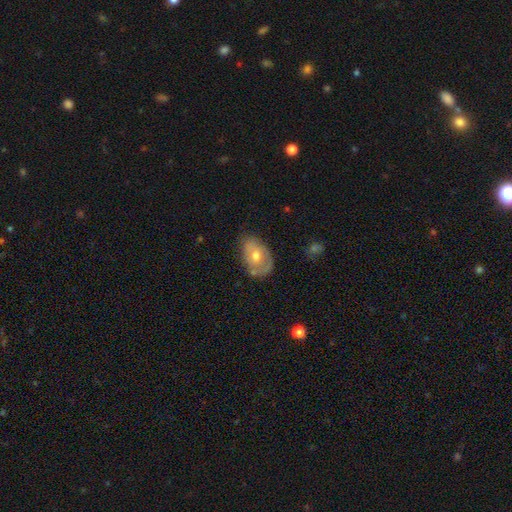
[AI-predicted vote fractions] smooth 48%, featured or disk 45%, star or artifact 8%. Down the decision tree: merging — none (60%).